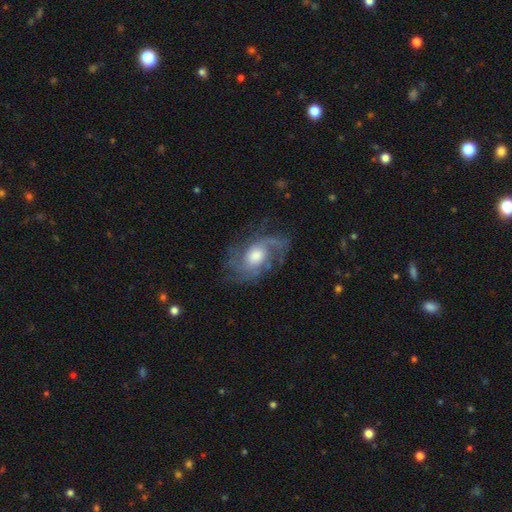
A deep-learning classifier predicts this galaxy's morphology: Smooth or featured? featured or disk (81%)
Edge-on disk? no (97%)
Bar? no (69%)
Spiral arms? yes (93%)
Spiral winding? medium (47%)
Spiral arm count? 2 (36%)
Bulge size? moderate (50%)
Merging? none (64%)